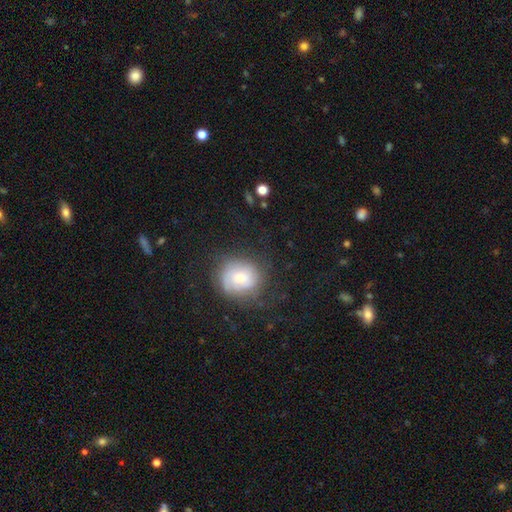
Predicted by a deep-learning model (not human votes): This is possibly a smooth galaxy (52%). How rounded: likely round (74%). Merging: likely none (76%).